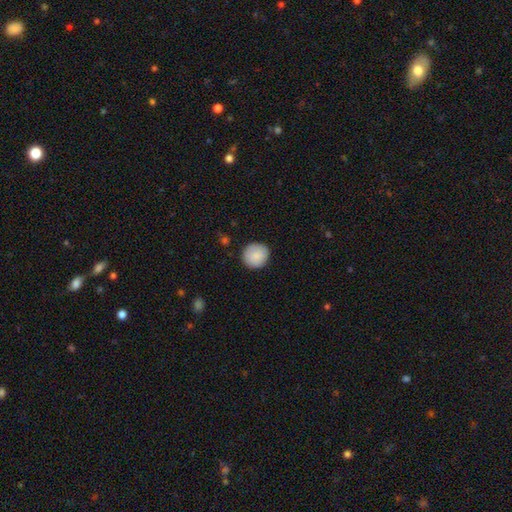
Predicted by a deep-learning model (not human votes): smooth 87%, star or artifact 7%, featured or disk 6%. Down the decision tree: how rounded — round (92%); merging — none (88%).